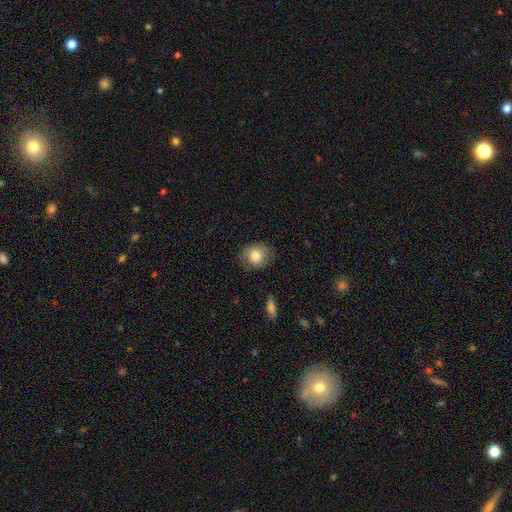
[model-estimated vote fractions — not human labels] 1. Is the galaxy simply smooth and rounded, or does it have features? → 77% smooth, 14% featured or disk, 8% star or artifact.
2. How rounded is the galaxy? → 64% round, 35% in between, 1% cigar-shaped.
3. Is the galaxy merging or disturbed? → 77% none, 17% minor disturbance, 5% major disturbance, 1% merger.